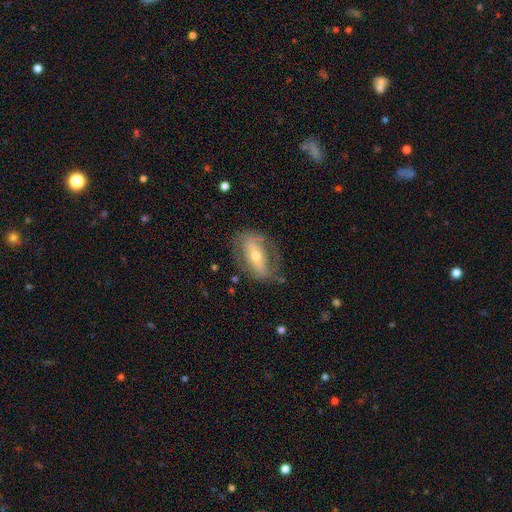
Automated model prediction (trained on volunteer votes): Smooth or featured?
  - featured or disk: 65% *
  - smooth: 28%
  - star or artifact: 7%
Edge-on disk?
  - no: 87% *
  - yes: 13%
Bar?
  - strong: 41% *
  - no: 34%
  - weak: 25%
Spiral arms?
  - no: 51% *
  - yes: 49%
Bulge size?
  - moderate: 55% *
  - small: 39%
  - large: 4%
  - none: 1%
  - dominant: 1%
Merging?
  - none: 65% *
  - minor disturbance: 20%
  - major disturbance: 14%
  - merger: 2%